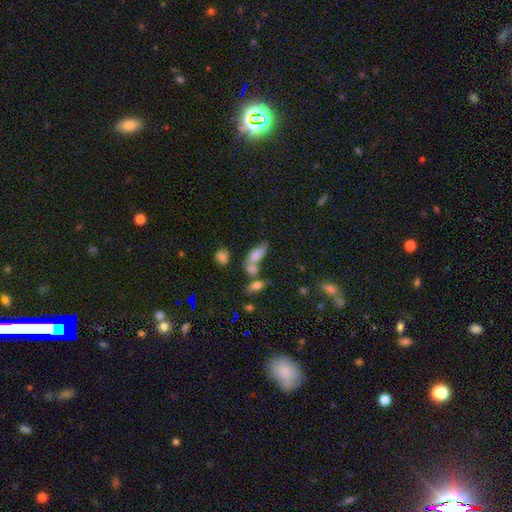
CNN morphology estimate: Smooth or featured: smooth — 66% (featured or disk — 22%)
How rounded: in between — 82% (cigar-shaped — 11%)
Merging: merger — 41% (none — 31%)